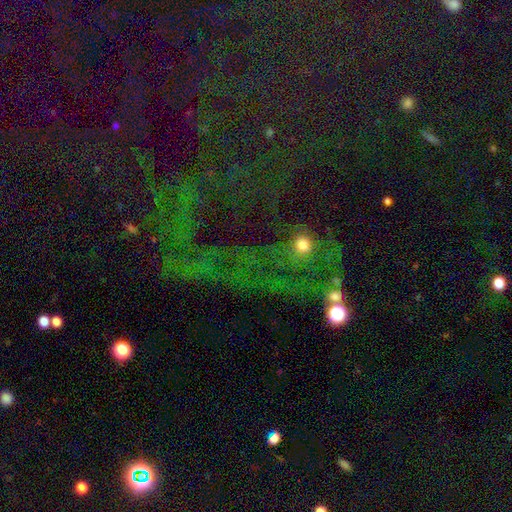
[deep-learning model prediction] A star or artifact, not a galaxy (71%).